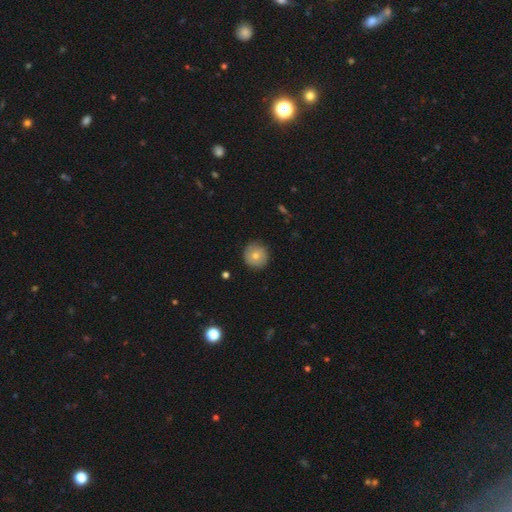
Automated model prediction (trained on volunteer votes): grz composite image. It shows a smooth galaxy with no disk features (74%) that is round (94%). Merging: none (88%).